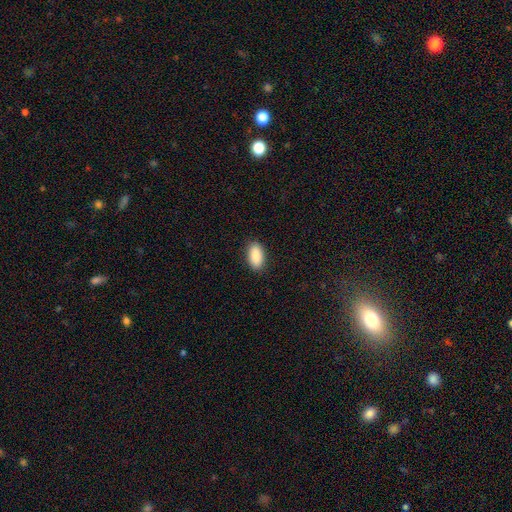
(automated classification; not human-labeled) smooth 90%, star or artifact 6%, featured or disk 4%. Down the decision tree: how rounded — in between (93%); merging — none (89%).